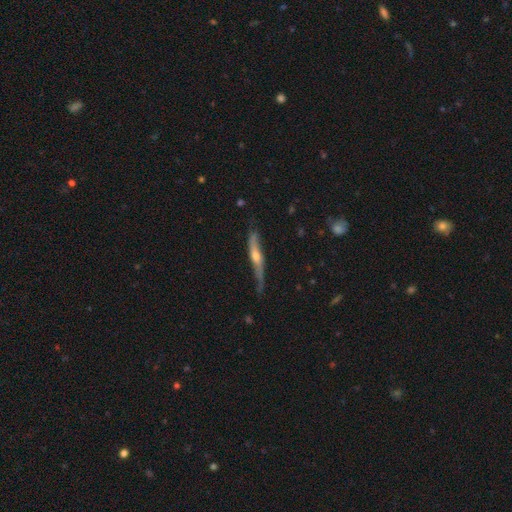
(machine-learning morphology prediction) smooth_or_featured: featured or disk (p=0.68) [alt: smooth p=0.26]
disk_edge_on: yes (p=0.80) [alt: no p=0.20]
edge_on_bulge: rounded (p=0.83) [alt: none p=0.12]
merging: none (p=0.56) [alt: minor disturbance p=0.31]